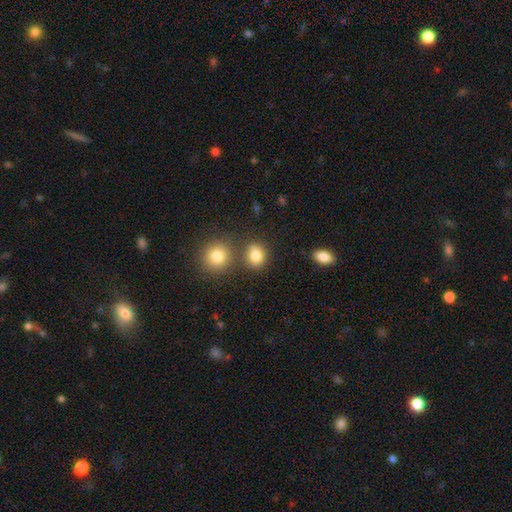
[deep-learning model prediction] Smooth or featured: smooth — 82% (star or artifact — 12%)
How rounded: round — 54% (in between — 44%)
Merging: none — 70% (merger — 16%)